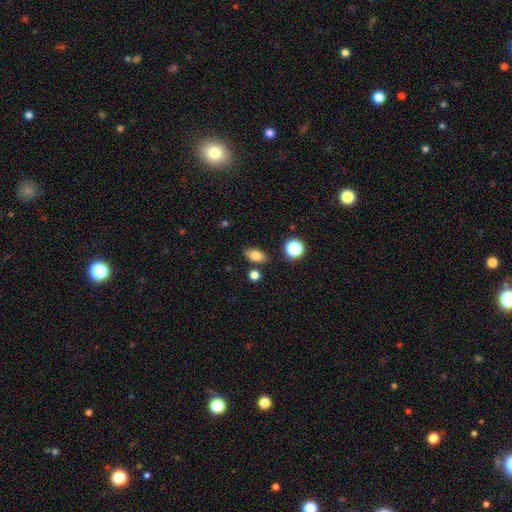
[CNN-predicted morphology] smooth_or_featured: smooth (p=0.80) [alt: star or artifact p=0.11]
how_rounded: in between (p=0.85) [alt: round p=0.12]
merging: none (p=0.81) [alt: minor disturbance p=0.11]